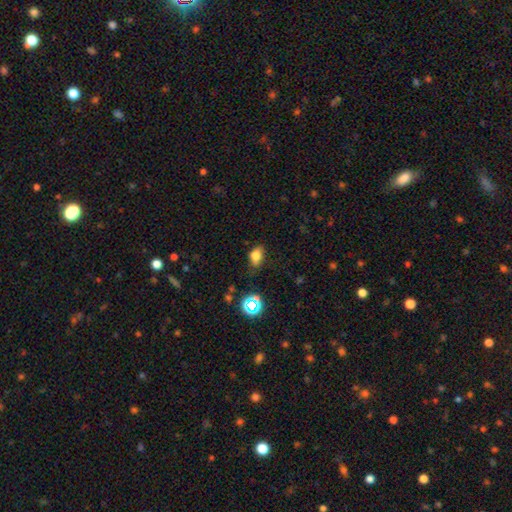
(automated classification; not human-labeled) Q: Smooth or featured?
A: smooth (77%); runner-up: star or artifact (14%)
Q: How rounded?
A: in between (82%); runner-up: round (15%)
Q: Merging?
A: none (68%); runner-up: minor disturbance (24%)